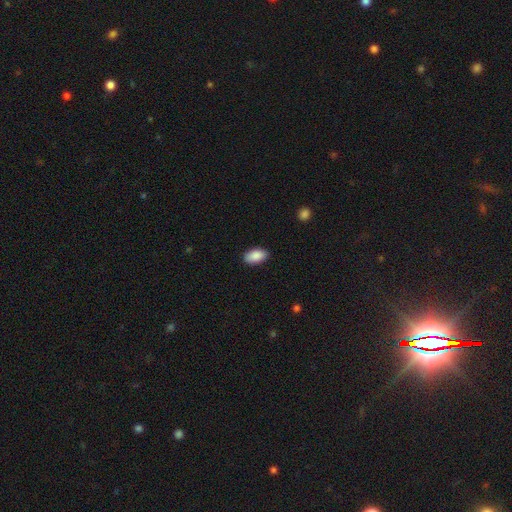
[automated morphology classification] smooth_or_featured: smooth (p=0.90) [alt: star or artifact p=0.06]
how_rounded: in between (p=0.94) [alt: round p=0.04]
merging: none (p=0.88) [alt: minor disturbance p=0.09]